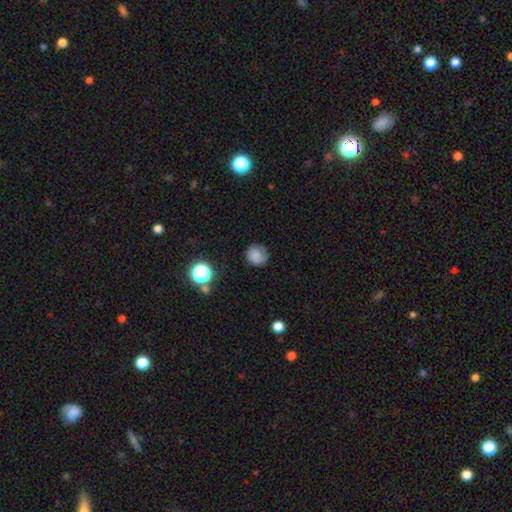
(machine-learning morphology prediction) Smooth or featured?
  - smooth: 77% *
  - star or artifact: 12%
  - featured or disk: 11%
How rounded?
  - round: 87% *
  - in between: 12%
  - cigar-shaped: 1%
Merging?
  - none: 70% *
  - minor disturbance: 21%
  - major disturbance: 8%
  - merger: 2%